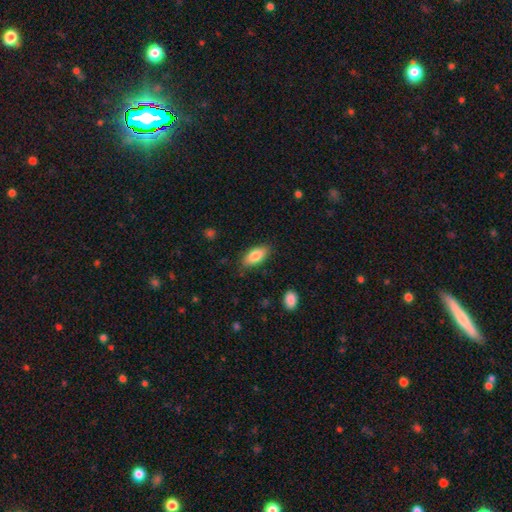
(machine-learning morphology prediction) The model was most divided on "smooth or featured": smooth: 81%, featured or disk: 12%, star or artifact: 6%. More confident: how rounded — in between (85%); merging — none (83%).